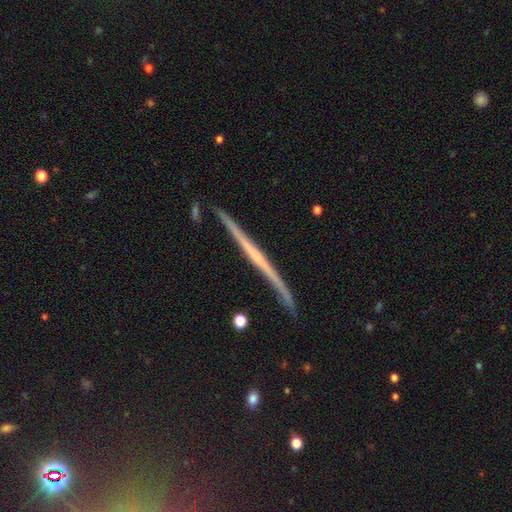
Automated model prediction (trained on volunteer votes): Smooth or featured? Predicted: featured or disk (p=0.72). Edge-on disk? Predicted: yes (p=0.97). Edge-on bulge? Predicted: none (p=0.74). Merging? Predicted: none (p=0.85).